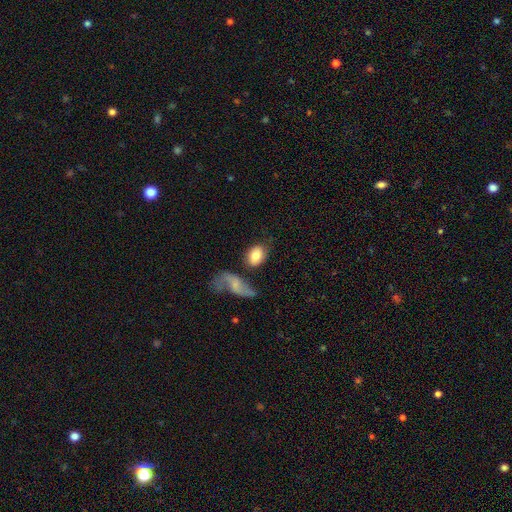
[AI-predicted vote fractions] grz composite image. It shows a smooth galaxy with no disk features (77%) that is in between round and cigar-shaped (78%). Merging: none (56%).